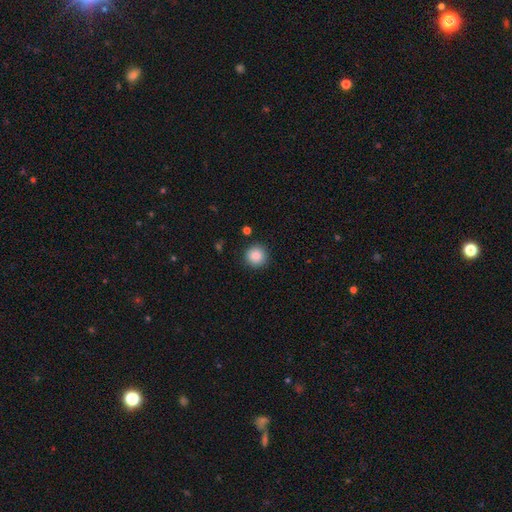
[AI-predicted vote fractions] Smooth or featured?
  - smooth: 87% *
  - star or artifact: 9%
  - featured or disk: 4%
How rounded?
  - round: 95% *
  - in between: 5%
  - cigar-shaped: 1%
Merging?
  - none: 90% *
  - minor disturbance: 6%
  - major disturbance: 2%
  - merger: 2%